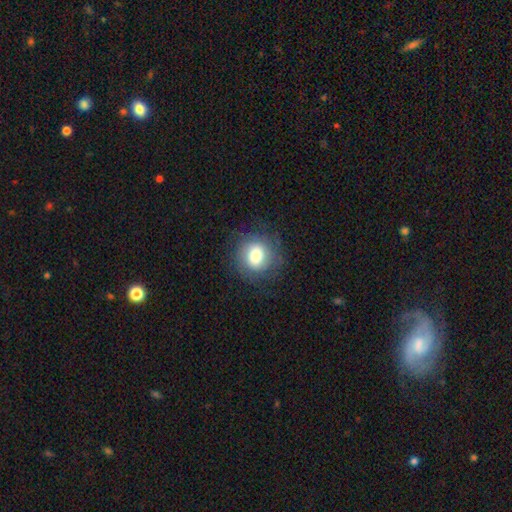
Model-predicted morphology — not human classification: smooth_or_featured: smooth (p=0.70) [alt: featured or disk p=0.20]
how_rounded: round (p=0.86) [alt: in between p=0.13]
merging: none (p=0.80) [alt: minor disturbance p=0.12]